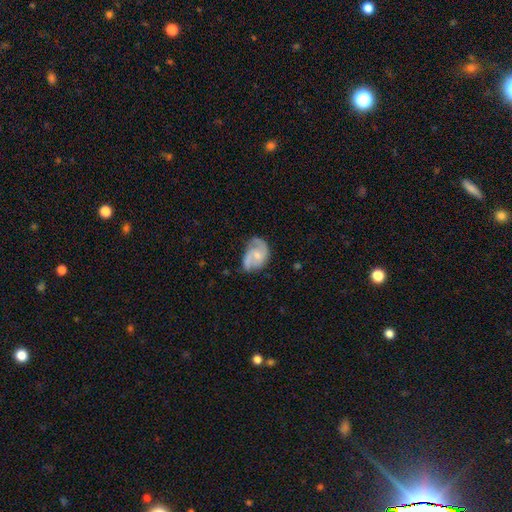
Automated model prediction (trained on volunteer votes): Smooth or featured: featured or disk — 72% (smooth — 22%)
Edge-on disk: no — 97% (yes — 3%)
Bar: no — 64% (weak — 32%)
Spiral arms: yes — 91% (no — 9%)
Spiral winding: medium — 48% (tight — 28%)
Spiral arm count: 2 — 74% (can't tell — 11%)
Bulge size: small — 48% (moderate — 43%)
Merging: none — 53% (minor disturbance — 30%)